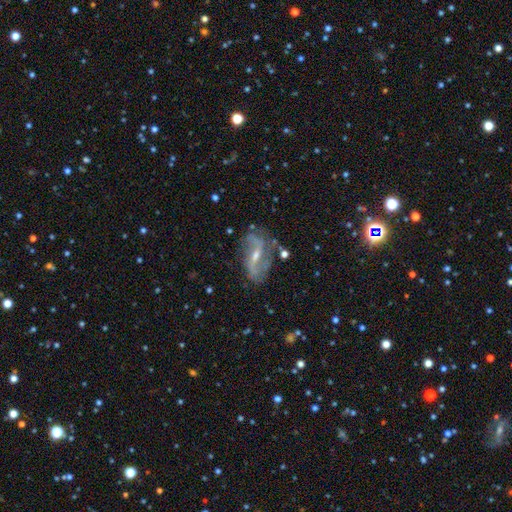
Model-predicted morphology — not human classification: Smooth or featured: featured or disk — 84% (star or artifact — 8%)
Edge-on disk: no — 93% (yes — 7%)
Bar: weak — 42% (strong — 33%)
Spiral arms: yes — 93% (no — 7%)
Spiral winding: loose — 62% (medium — 28%)
Spiral arm count: 2 — 87% (can't tell — 6%)
Bulge size: small — 56% (moderate — 39%)
Merging: none — 71% (minor disturbance — 18%)